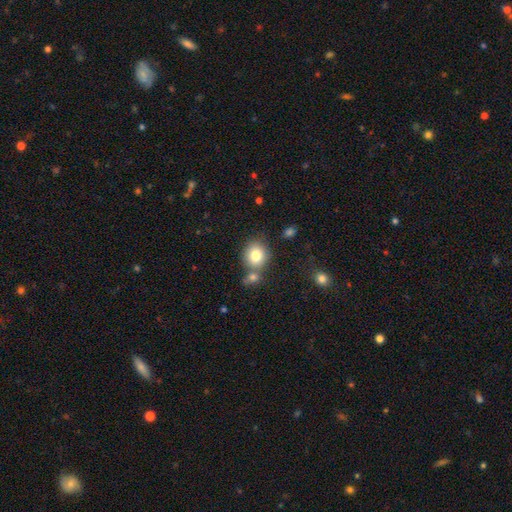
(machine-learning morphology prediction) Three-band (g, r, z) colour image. It shows a smooth galaxy with no disk features (81%) that is round (76%). Merging: none (60%).